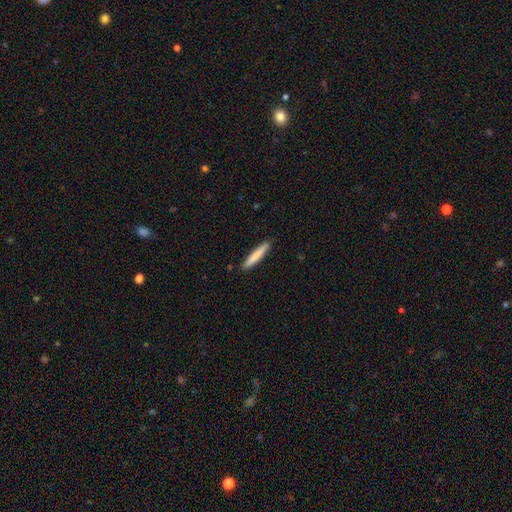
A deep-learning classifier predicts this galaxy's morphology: This appears to be a smooth galaxy with no disk features (79%) that is cigar-shaped (94%). Merging: none (91%).